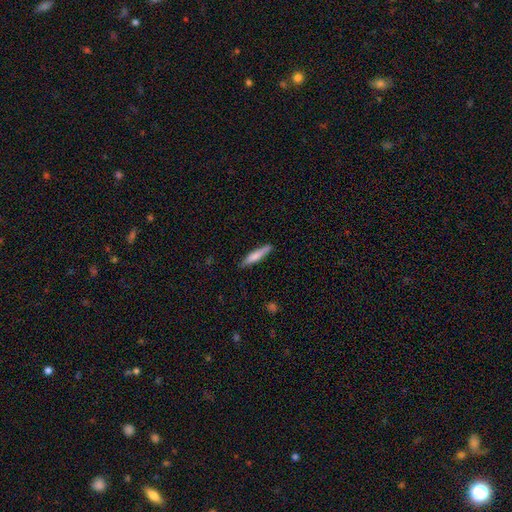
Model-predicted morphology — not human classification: A smooth galaxy with no disk features (71%) that is cigar-shaped (89%).

Vote fractions:
- Smooth or featured? smooth: 71% / featured or disk: 23% / star or artifact: 6%
- How rounded? cigar-shaped: 89% / in between: 10% / round: 1%
- Merging? none: 84% / minor disturbance: 12% / major disturbance: 2% / merger: 1%